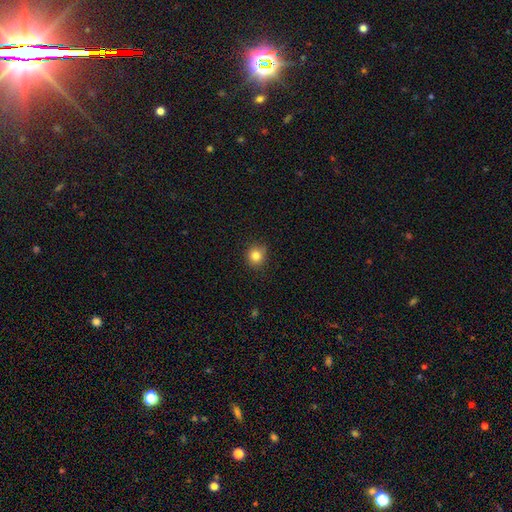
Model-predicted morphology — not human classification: A smooth galaxy with no disk features (83%) that is round (89%). Merging: none (86%).